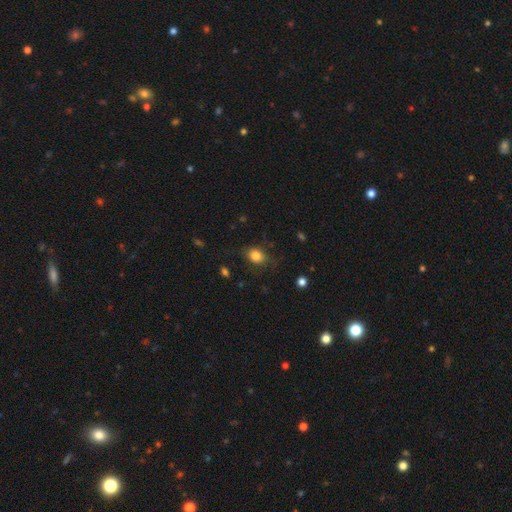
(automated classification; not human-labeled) smooth-or-featured: smooth: 82% | star or artifact: 10% | featured or disk: 8%
  how-rounded: in between: 58% | round: 40% | cigar-shaped: 1%
  merging: none: 75% | minor disturbance: 18% | major disturbance: 6% | merger: 1%